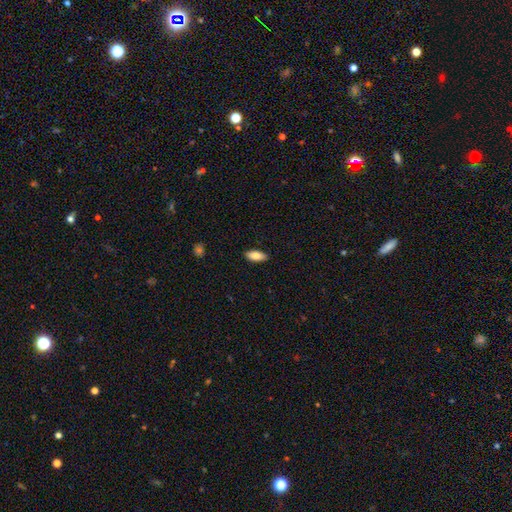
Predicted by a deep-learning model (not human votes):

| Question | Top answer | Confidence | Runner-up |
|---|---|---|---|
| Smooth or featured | smooth | 83% | featured or disk (11%) |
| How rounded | in between | 84% | cigar-shaped (14%) |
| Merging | none | 89% | minor disturbance (9%) |